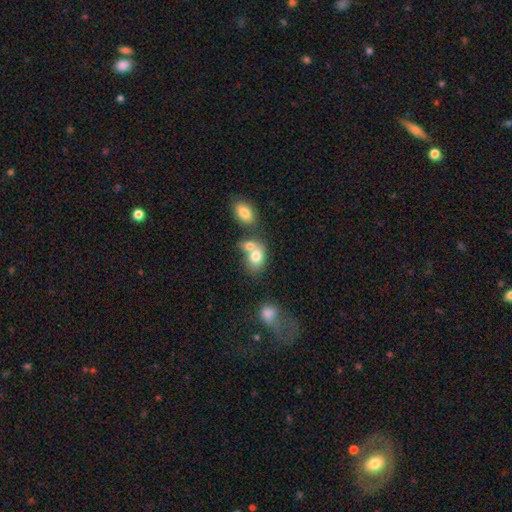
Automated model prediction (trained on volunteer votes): Smooth or featured? Predicted: smooth (p=0.76). How rounded? Predicted: in between (p=0.64). Merging? Predicted: merger (p=0.57).